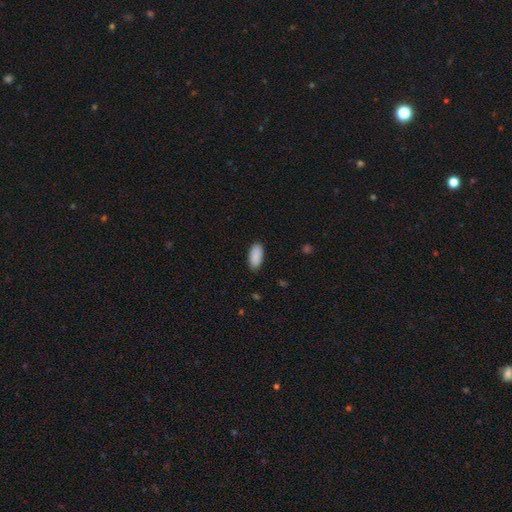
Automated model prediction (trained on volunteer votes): Smooth or featured?
  - smooth: 90% *
  - star or artifact: 6%
  - featured or disk: 4%
How rounded?
  - in between: 92% *
  - cigar-shaped: 6%
  - round: 2%
Merging?
  - none: 86% *
  - minor disturbance: 11%
  - major disturbance: 2%
  - merger: 1%